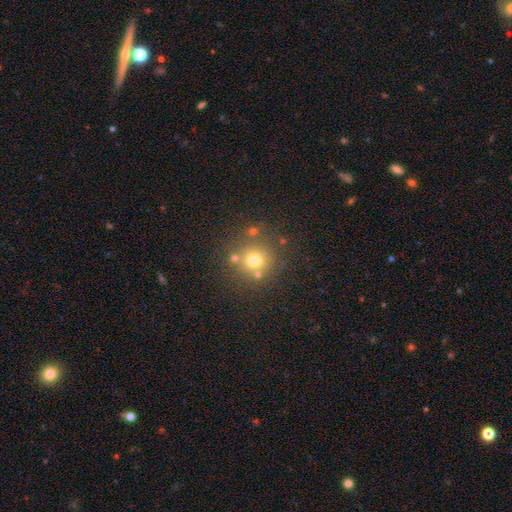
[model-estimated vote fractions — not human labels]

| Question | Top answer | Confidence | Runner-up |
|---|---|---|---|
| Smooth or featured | smooth | 68% | star or artifact (21%) |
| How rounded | round | 92% | in between (7%) |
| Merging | none | 76% | merger (12%) |